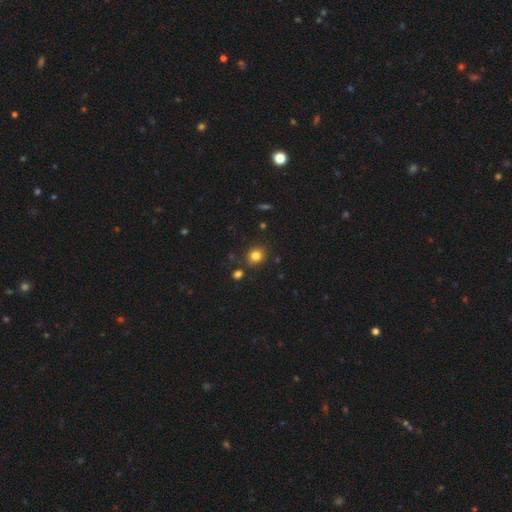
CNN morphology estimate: Smooth or featured: smooth — 82% (star or artifact — 12%)
How rounded: round — 75% (in between — 24%)
Merging: none — 83% (minor disturbance — 9%)